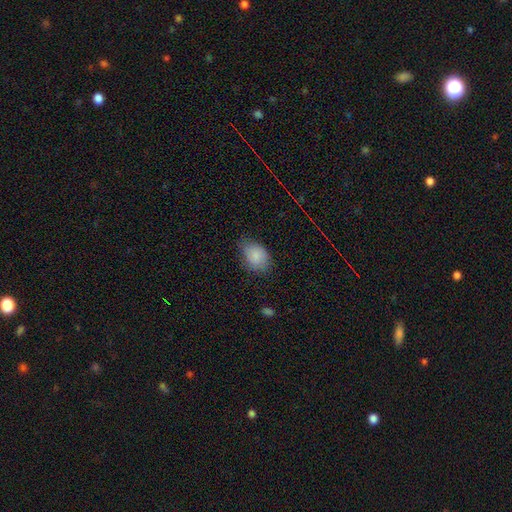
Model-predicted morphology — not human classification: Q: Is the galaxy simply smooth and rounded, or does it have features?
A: smooth — 86%.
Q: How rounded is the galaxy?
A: in between — 74%.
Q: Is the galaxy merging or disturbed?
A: none — 63%.